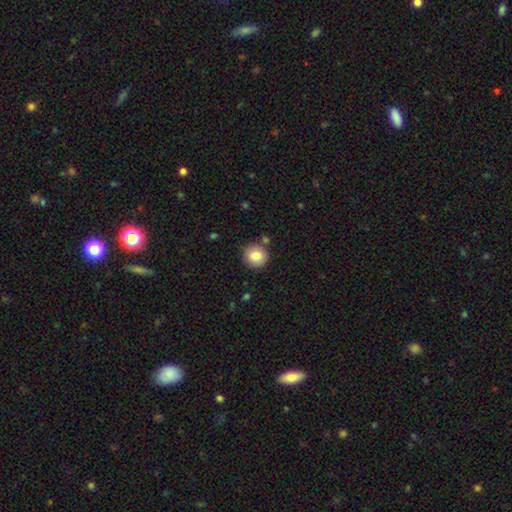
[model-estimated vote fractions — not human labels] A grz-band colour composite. It shows a smooth galaxy with no disk features (85%) that is round (93%). Merging: none (84%).